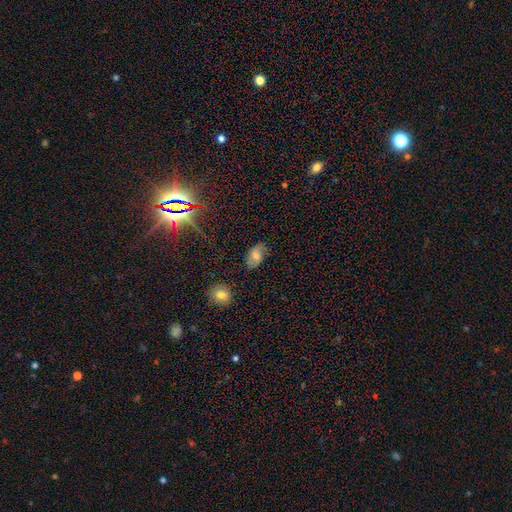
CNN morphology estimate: Smooth or featured: smooth — 50% (featured or disk — 39%)
Merging: none — 73% (minor disturbance — 20%)